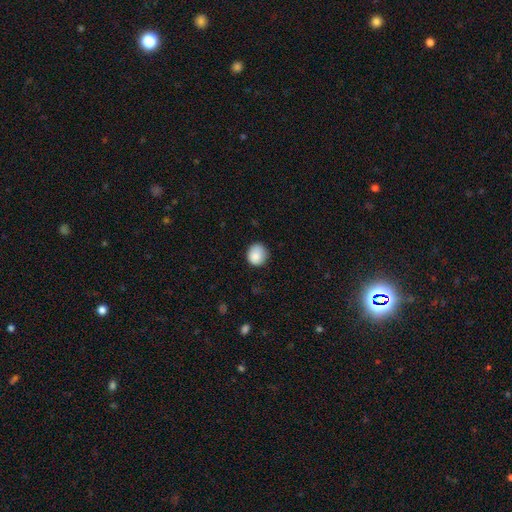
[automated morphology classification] This appears to be a smooth galaxy with no disk features (87%) that is round (82%). Merging: none (79%).